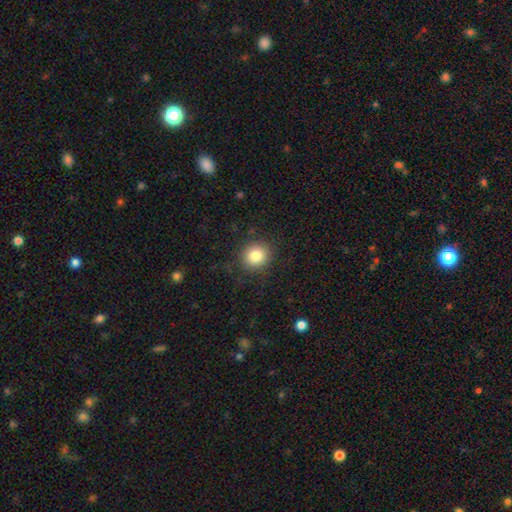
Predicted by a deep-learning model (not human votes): This is clearly a smooth galaxy (83%). How rounded: clearly round (87%). Merging: clearly none (88%).